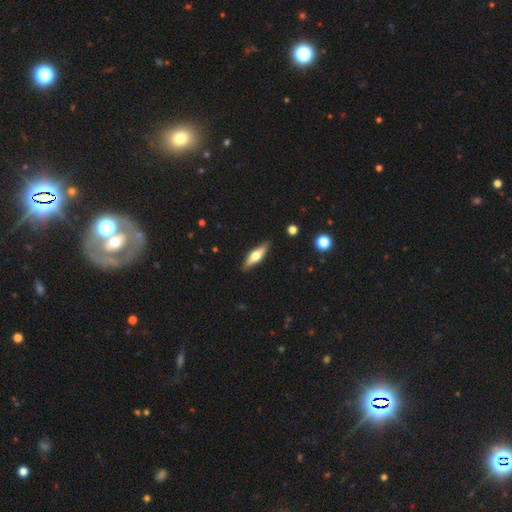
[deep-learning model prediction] featured or disk 53%, smooth 41%, star or artifact 6%. Down the decision tree: edge-on disk — yes (93%); merging — none (88%).